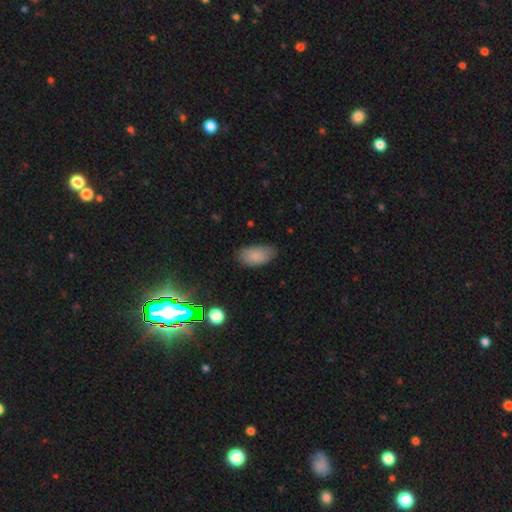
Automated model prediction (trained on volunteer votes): smooth 84%, star or artifact 8%, featured or disk 7%. Down the decision tree: how rounded — in between (94%); merging — none (76%).